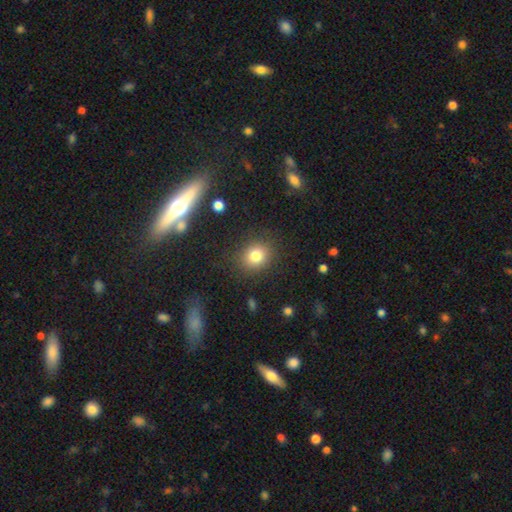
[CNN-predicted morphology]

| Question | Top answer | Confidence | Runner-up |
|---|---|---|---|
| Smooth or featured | smooth | 80% | star or artifact (13%) |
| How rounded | round | 70% | in between (29%) |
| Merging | none | 86% | minor disturbance (9%) |